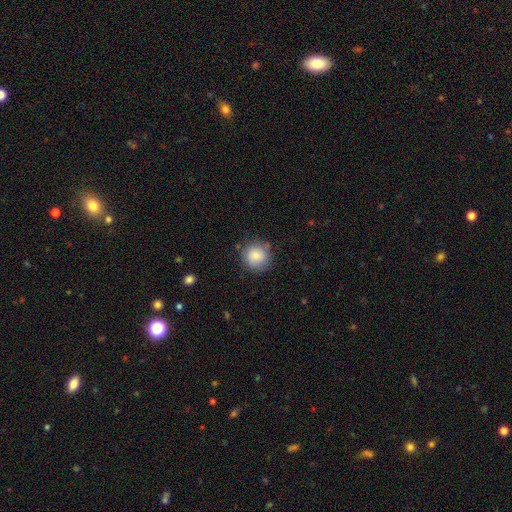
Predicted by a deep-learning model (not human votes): smooth-or-featured: smooth: 84% | star or artifact: 8% | featured or disk: 8%
  how-rounded: round: 93% | in between: 6% | cigar-shaped: 1%
  merging: none: 81% | minor disturbance: 13% | major disturbance: 4% | merger: 2%